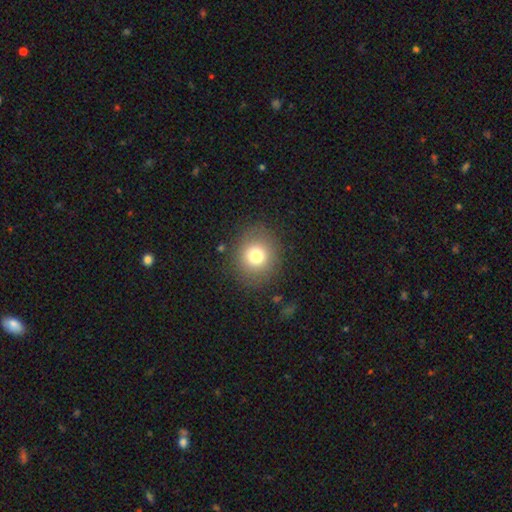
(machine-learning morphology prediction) type=smooth (76%); roundness=round (83%); merging=none (86%).